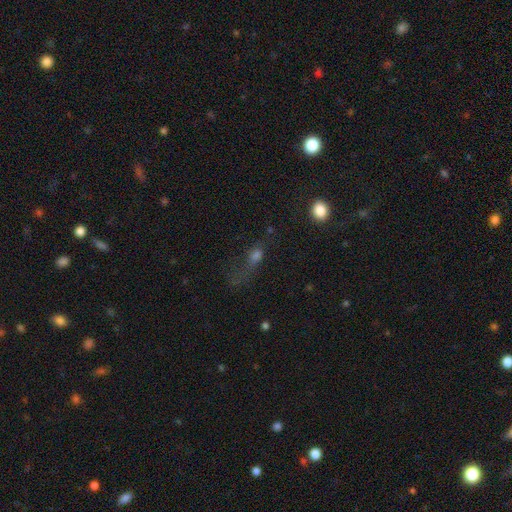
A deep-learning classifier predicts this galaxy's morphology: smooth_or_featured: smooth (p=0.54) [alt: featured or disk p=0.23]
how_rounded: in between (p=0.49) [alt: round p=0.33]
merging: major disturbance (p=0.46) [alt: none p=0.32]